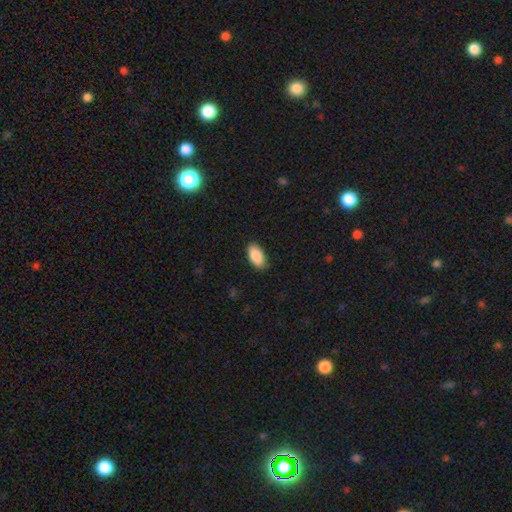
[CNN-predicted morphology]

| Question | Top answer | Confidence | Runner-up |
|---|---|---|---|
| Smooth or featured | smooth | 88% | star or artifact (6%) |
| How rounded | in between | 94% | cigar-shaped (3%) |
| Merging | none | 87% | minor disturbance (10%) |